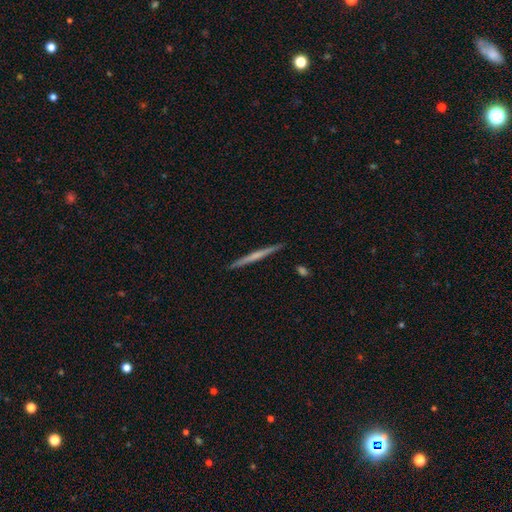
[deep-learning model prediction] A featured or disk galaxy (56%) viewed edge-on (98%) with no central bulge (72%).

Vote fractions:
- Smooth or featured? featured or disk: 56% / smooth: 39% / star or artifact: 5%
- Edge-on disk? yes: 98% / no: 2%
- Edge-on bulge? none: 72% / rounded: 21% / boxy: 7%
- Merging? none: 92% / minor disturbance: 6% / merger: 1% / major disturbance: 1%